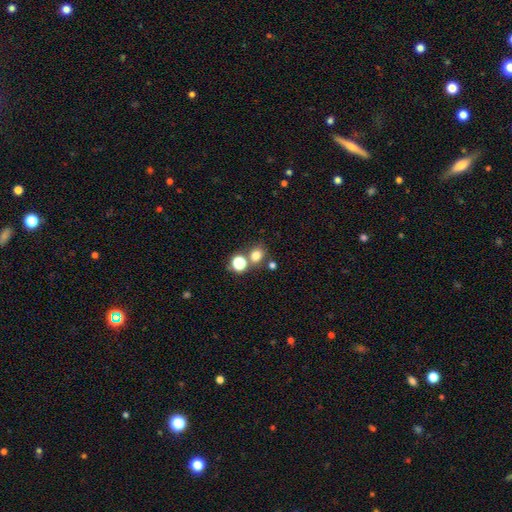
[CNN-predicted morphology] A smooth galaxy with no disk features (74%) that is round (68%). Merging: none (67%).